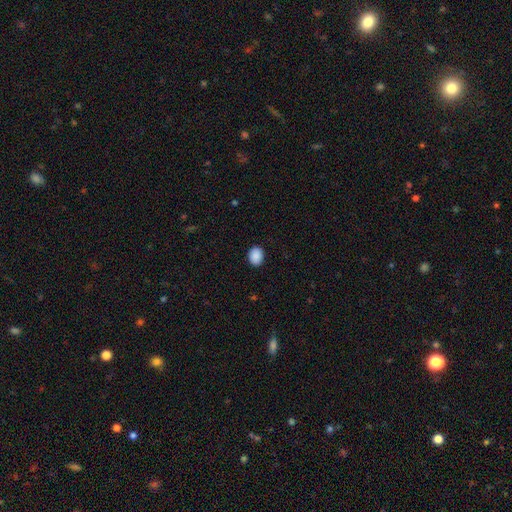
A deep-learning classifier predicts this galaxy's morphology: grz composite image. It shows a smooth galaxy with no disk features (90%) that is in between round and cigar-shaped (58%). Merging: none (89%).